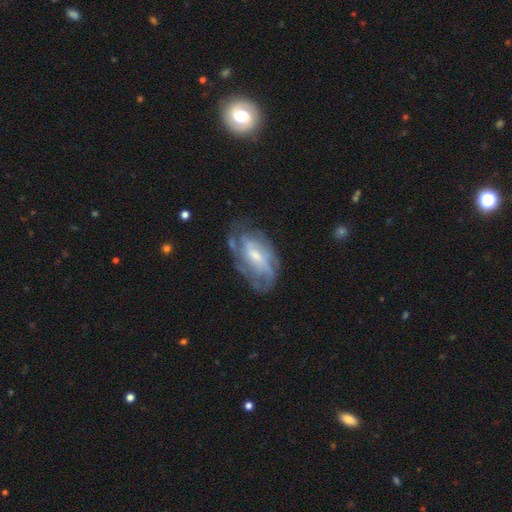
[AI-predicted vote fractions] Morphology: type=featured or disk (76%); edge-on=no (94%); bar=weak (46%); spiral arms=yes (84%); winding=tight (47%); arm count=can't tell (45%); bulge=small (49%); merging=none (61%).